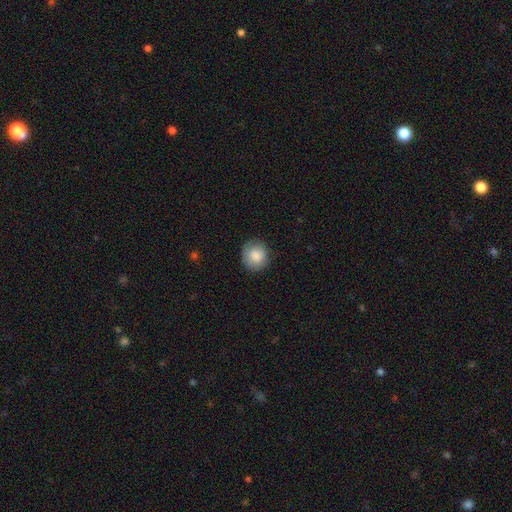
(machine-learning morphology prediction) type=smooth (84%); roundness=round (83%); merging=none (79%).